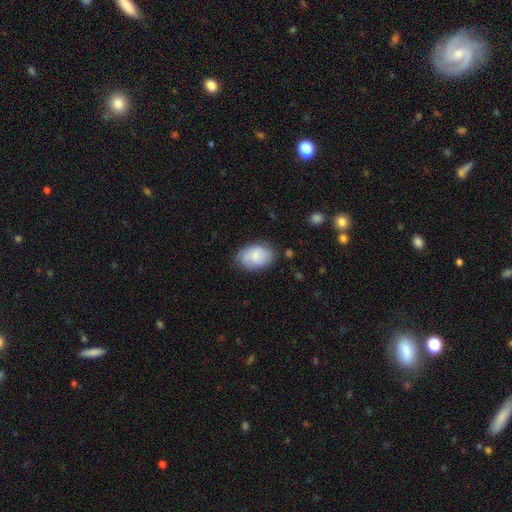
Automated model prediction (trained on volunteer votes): smooth_or_featured: smooth (p=0.72) [alt: featured or disk p=0.21]
how_rounded: in between (p=0.85) [alt: round p=0.14]
merging: none (p=0.73) [alt: minor disturbance p=0.20]